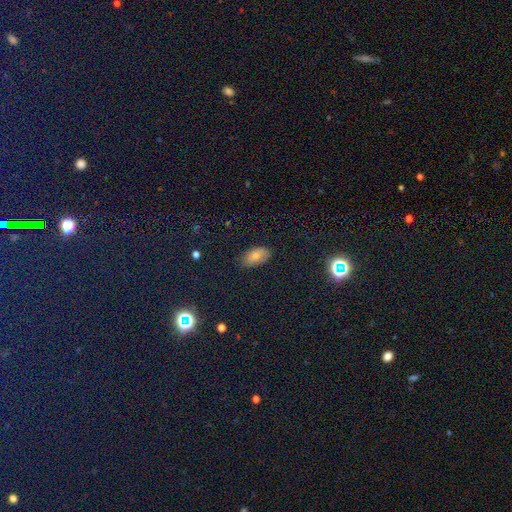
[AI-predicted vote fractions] smooth_or_featured: smooth (p=0.75) [alt: star or artifact p=0.14]
how_rounded: in between (p=0.93) [alt: round p=0.05]
merging: none (p=0.82) [alt: minor disturbance p=0.14]